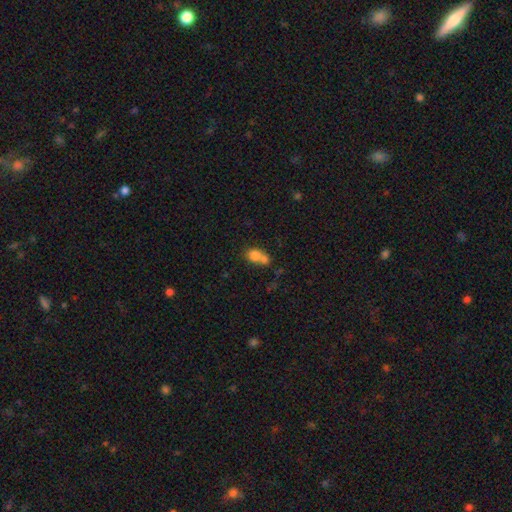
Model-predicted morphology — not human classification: Smooth or featured? smooth (76%)
How rounded? round (55%)
Merging? merger (60%)